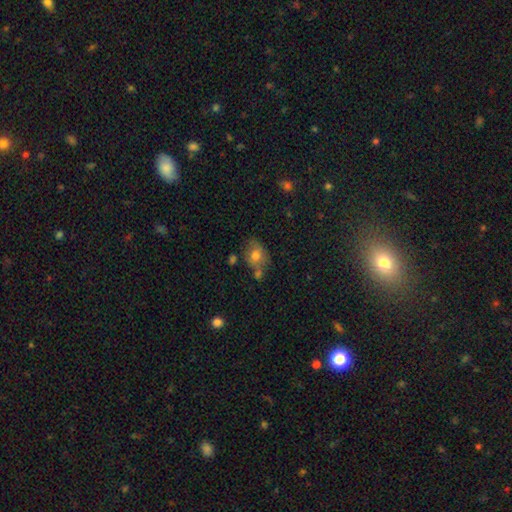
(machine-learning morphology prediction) A smooth galaxy with no disk features (72%) that is in between round and cigar-shaped (60%). Merging: none (50%).